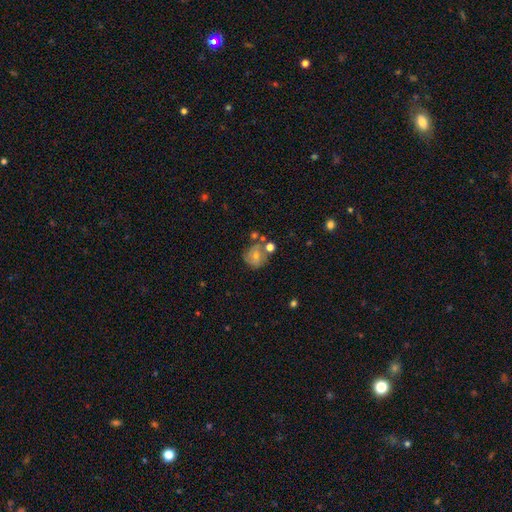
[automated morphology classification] Smooth or featured?
  - smooth: 54% *
  - featured or disk: 35%
  - star or artifact: 10%
How rounded?
  - round: 75% *
  - in between: 24%
  - cigar-shaped: 1%
Merging?
  - none: 50% *
  - minor disturbance: 22%
  - merger: 18%
  - major disturbance: 10%